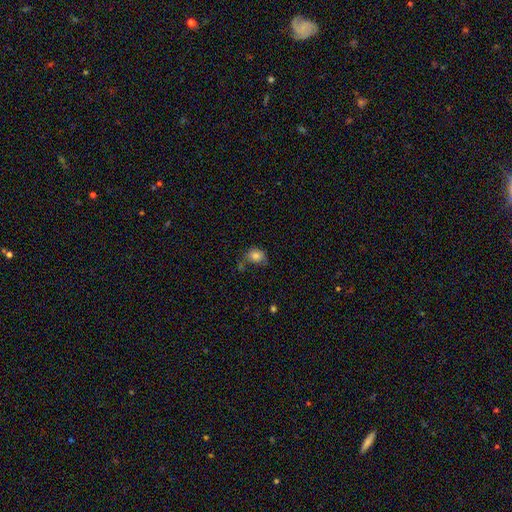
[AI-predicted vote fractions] A smooth galaxy with no disk features (81%) that is in between round and cigar-shaped (51%).

Vote fractions:
- Smooth or featured? smooth: 81% / star or artifact: 10% / featured or disk: 9%
- How rounded? in between: 51% / round: 48% / cigar-shaped: 1%
- Merging? none: 54% / minor disturbance: 28% / major disturbance: 11% / merger: 7%